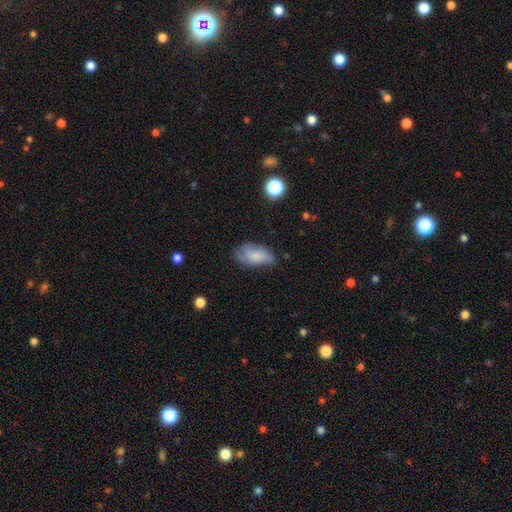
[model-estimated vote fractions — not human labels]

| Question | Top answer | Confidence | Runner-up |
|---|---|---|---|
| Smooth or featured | smooth | 63% | featured or disk (28%) |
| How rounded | in between | 90% | round (5%) |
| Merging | none | 52% | minor disturbance (33%) |